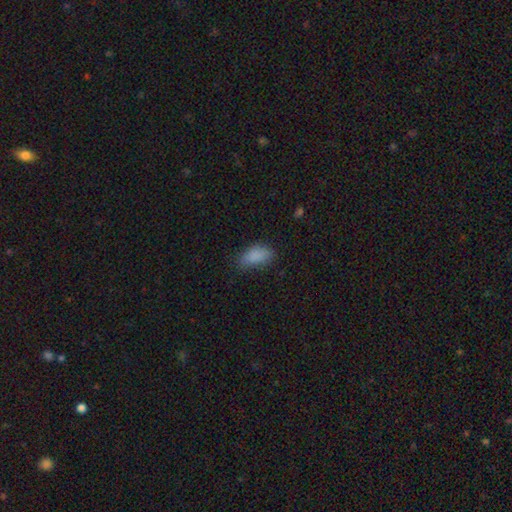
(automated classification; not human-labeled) A smooth galaxy with no disk features (86%) that is in between round and cigar-shaped (91%). Merging: none (65%).